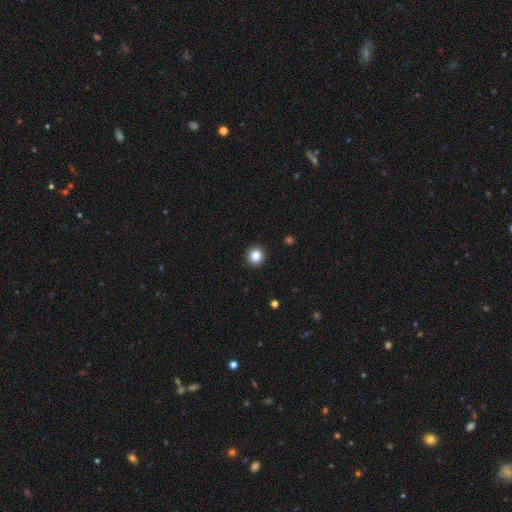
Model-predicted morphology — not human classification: This is clearly a smooth galaxy (86%). How rounded: clearly round (88%). Merging: clearly none (92%).